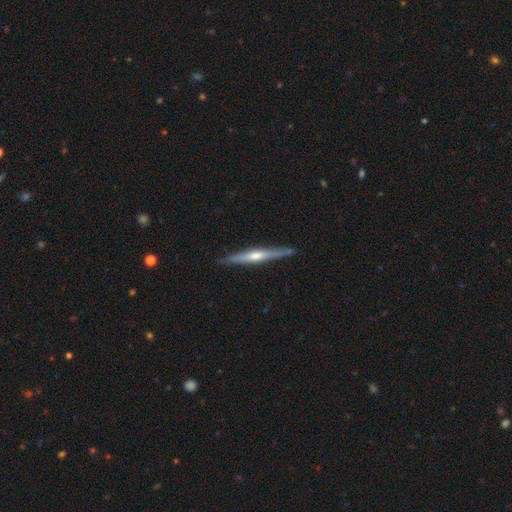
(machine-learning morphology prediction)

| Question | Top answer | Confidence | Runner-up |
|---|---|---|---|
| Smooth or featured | featured or disk | 74% | smooth (21%) |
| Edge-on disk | yes | 98% | no (2%) |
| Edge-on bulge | rounded | 80% | none (13%) |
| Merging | none | 90% | minor disturbance (7%) |